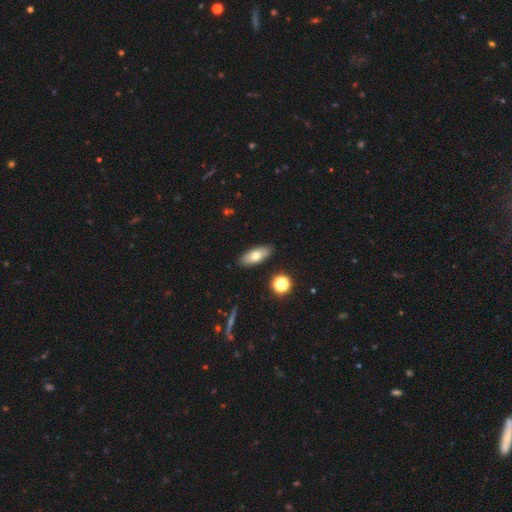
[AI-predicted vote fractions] Smooth or featured?
  - smooth: 68% *
  - featured or disk: 23%
  - star or artifact: 8%
How rounded?
  - in between: 80% *
  - cigar-shaped: 16%
  - round: 4%
Merging?
  - none: 88% *
  - minor disturbance: 8%
  - major disturbance: 2%
  - merger: 2%